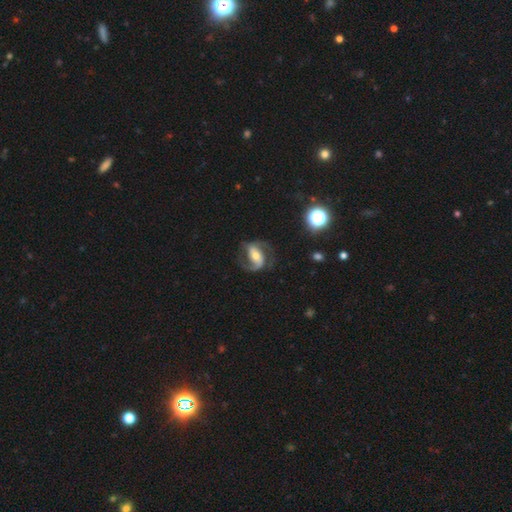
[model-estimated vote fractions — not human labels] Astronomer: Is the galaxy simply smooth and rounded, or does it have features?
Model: featured or disk — 84%.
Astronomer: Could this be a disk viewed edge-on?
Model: no — 97%.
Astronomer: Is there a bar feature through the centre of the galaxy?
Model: strong — 44% (runner-up: weak, 32%).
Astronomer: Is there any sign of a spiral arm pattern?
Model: yes — 95%.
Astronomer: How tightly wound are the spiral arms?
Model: medium — 52% (runner-up: loose, 30%).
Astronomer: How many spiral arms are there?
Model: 2 — 87%.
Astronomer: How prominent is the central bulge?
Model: moderate — 60%.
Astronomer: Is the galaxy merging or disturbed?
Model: none — 71%.